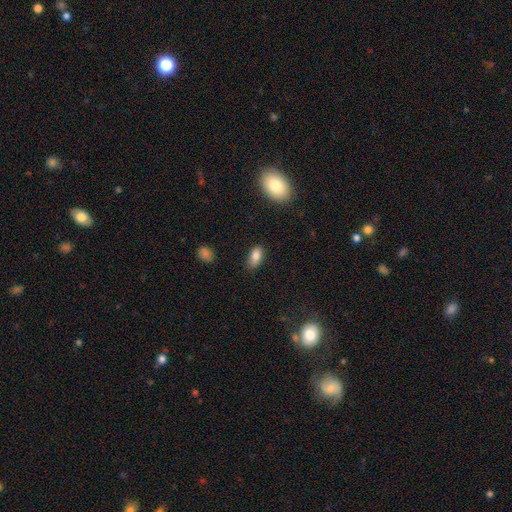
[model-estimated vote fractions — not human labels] Smooth or featured: smooth — 83% (star or artifact — 9%)
How rounded: in between — 89% (cigar-shaped — 6%)
Merging: none — 80% (minor disturbance — 15%)